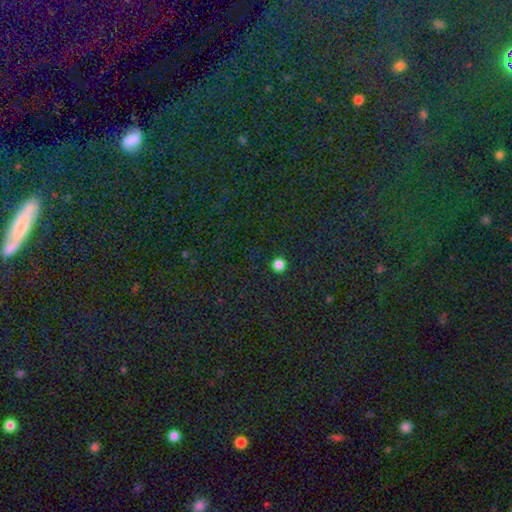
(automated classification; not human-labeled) smooth-or-featured: star or artifact: 79% | smooth: 13% | featured or disk: 8%